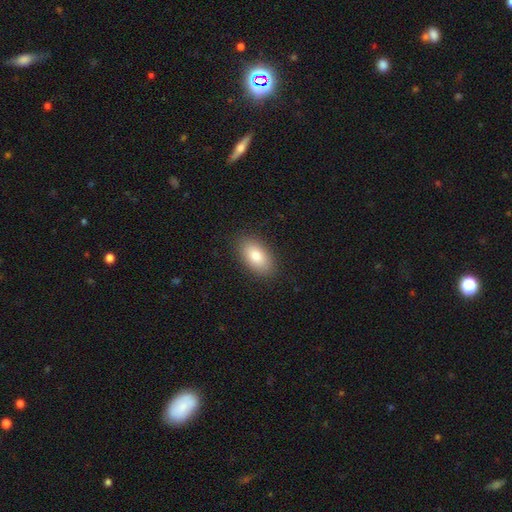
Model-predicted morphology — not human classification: A smooth galaxy with no disk features (83%) that is in between round and cigar-shaped (93%).

Vote fractions:
- Smooth or featured? smooth: 83% / featured or disk: 10% / star or artifact: 7%
- How rounded? in between: 93% / round: 5% / cigar-shaped: 2%
- Merging? none: 88% / minor disturbance: 8% / major disturbance: 2% / merger: 1%